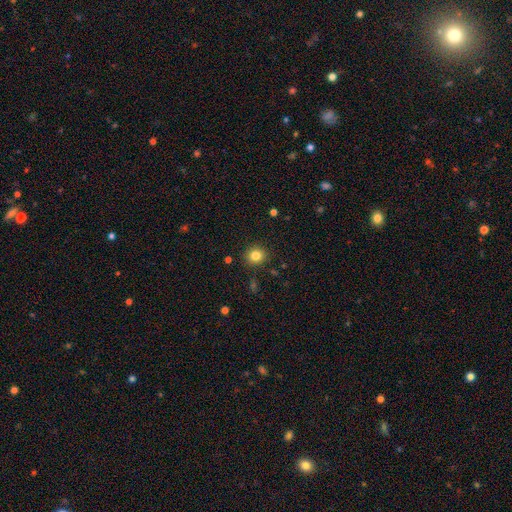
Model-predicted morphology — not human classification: A smooth galaxy with no disk features (82%) that is round (84%).

Vote fractions:
- Smooth or featured? smooth: 82% / star or artifact: 12% / featured or disk: 6%
- How rounded? round: 84% / in between: 16% / cigar-shaped: 1%
- Merging? none: 90% / minor disturbance: 7% / major disturbance: 2% / merger: 1%